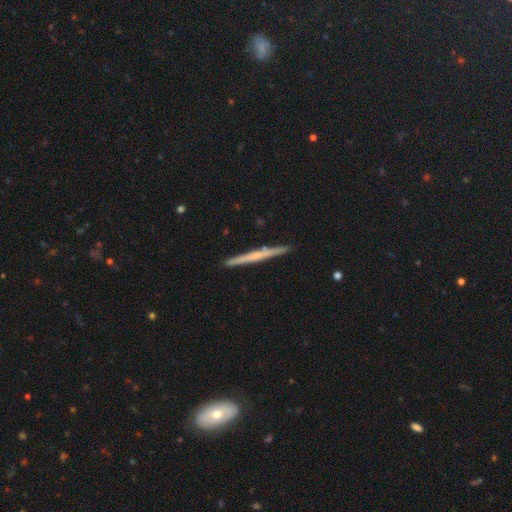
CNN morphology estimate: Q: Smooth or featured?
A: featured or disk (57%); runner-up: smooth (37%)
Q: Edge-on disk?
A: yes (98%); runner-up: no (2%)
Q: Edge-on bulge?
A: none (72%); runner-up: rounded (21%)
Q: Merging?
A: none (92%); runner-up: minor disturbance (6%)